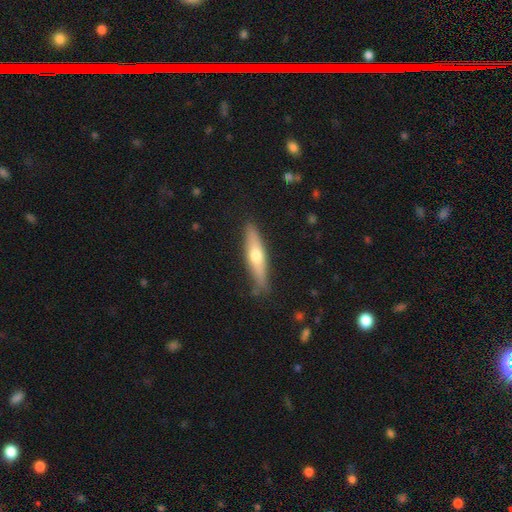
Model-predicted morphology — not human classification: A smooth galaxy with no disk features (49%). Merging: none (84%).